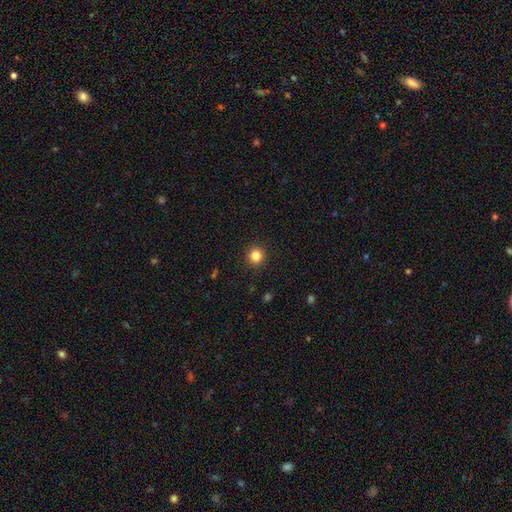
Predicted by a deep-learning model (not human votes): Smooth or featured? Predicted: smooth (p=0.84). How rounded? Predicted: round (p=0.94). Merging? Predicted: none (p=0.92).